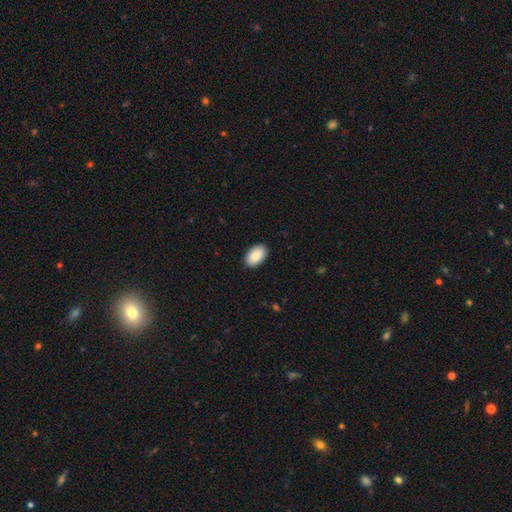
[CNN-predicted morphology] Q: Smooth or featured?
A: smooth (90%); runner-up: star or artifact (6%)
Q: How rounded?
A: in between (94%); runner-up: round (5%)
Q: Merging?
A: none (90%); runner-up: minor disturbance (7%)